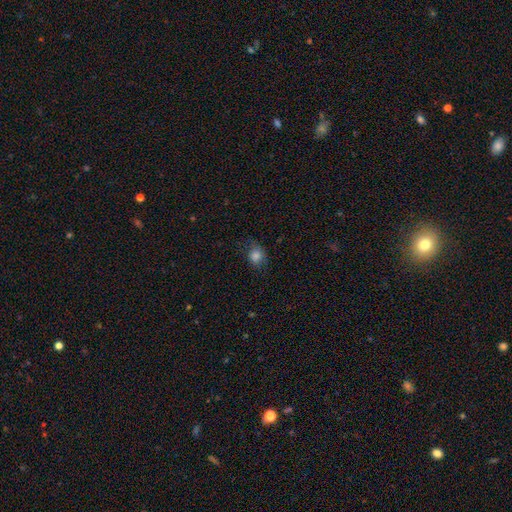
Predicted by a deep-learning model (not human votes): This appears to be a smooth galaxy with no disk features (82%) that is round (68%). Merging: none (66%).